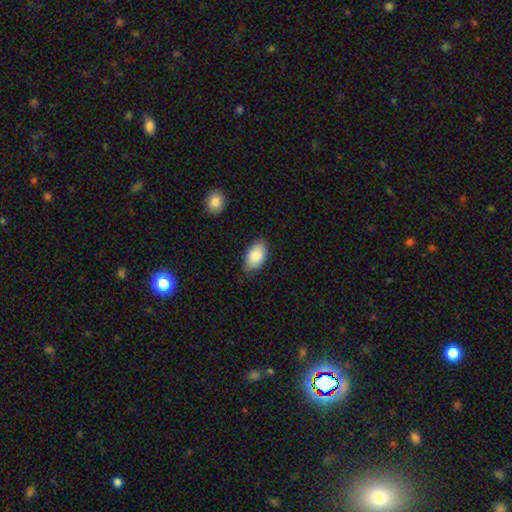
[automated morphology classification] Q: Smooth or featured?
A: smooth (87%); runner-up: featured or disk (7%)
Q: How rounded?
A: in between (92%); runner-up: round (6%)
Q: Merging?
A: none (75%); runner-up: minor disturbance (21%)